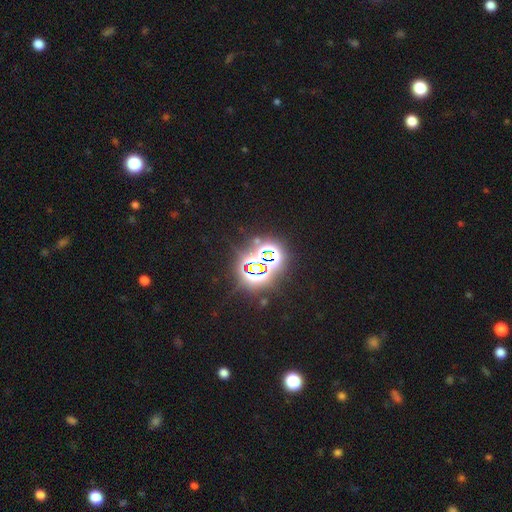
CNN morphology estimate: Smooth or featured? star or artifact (78%)